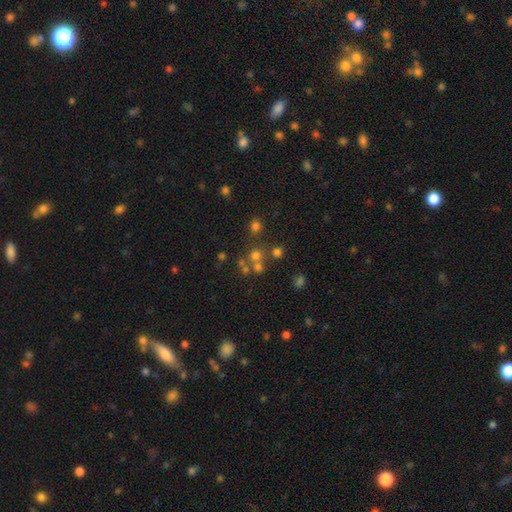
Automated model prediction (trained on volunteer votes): A smooth galaxy with no disk features (57%) that is round (88%). Merging: none (57%).